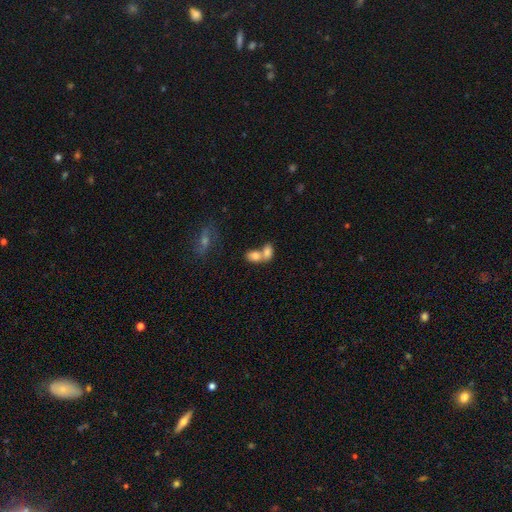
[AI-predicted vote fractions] Overall: smooth (78%). How rounded: in between (80%). Merging: merger (66%).